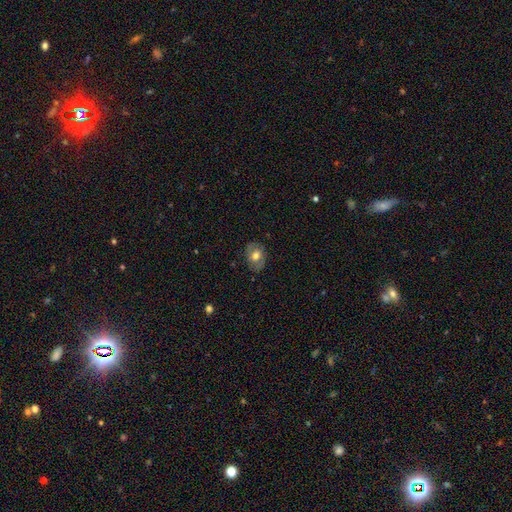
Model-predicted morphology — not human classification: Overall: smooth (54%; featured or disk 38%). How rounded: in between (66%; round 33%). Merging: none (79%).